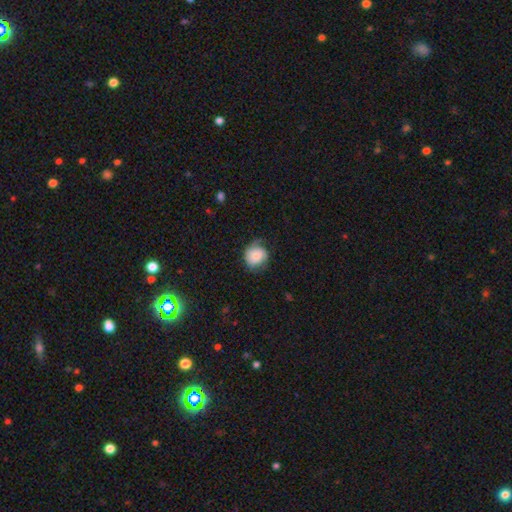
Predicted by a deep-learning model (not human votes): This is likely a smooth galaxy (68%). How rounded: likely round (73%). Merging: possibly none (50%).